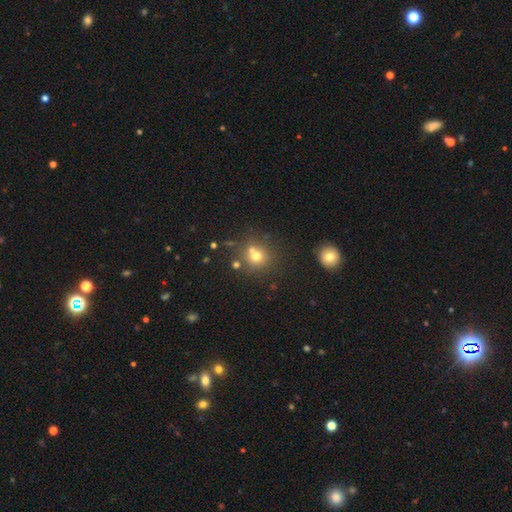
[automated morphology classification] A smooth galaxy with no disk features (68%) that is round (85%). Merging: none (57%).